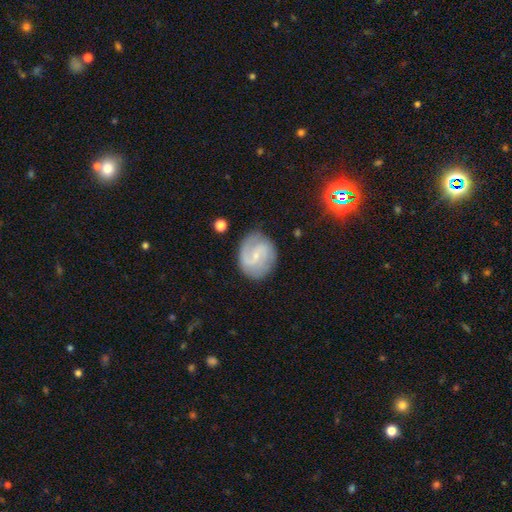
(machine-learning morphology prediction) Smooth or featured?
  - featured or disk: 78% *
  - smooth: 17%
  - star or artifact: 6%
Edge-on disk?
  - no: 98% *
  - yes: 2%
Bar?
  - weak: 51% *
  - no: 36%
  - strong: 13%
Spiral arms?
  - yes: 94% *
  - no: 6%
Spiral winding?
  - medium: 47% *
  - tight: 28%
  - loose: 25%
Spiral arm count?
  - 2: 79% *
  - can't tell: 10%
  - 3: 4%
  - 1: 3%
  - 4: 2%
  - more than 4: 2%
Bulge size?
  - small: 75% *
  - moderate: 18%
  - none: 5%
  - large: 1%
  - dominant: 1%
Merging?
  - none: 79% *
  - minor disturbance: 14%
  - major disturbance: 5%
  - merger: 2%